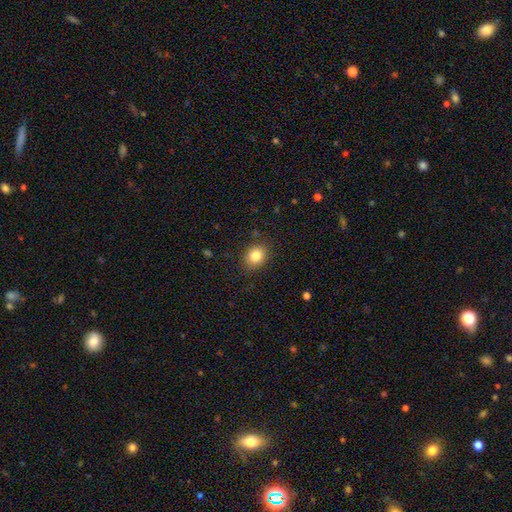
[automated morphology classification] This appears to be a smooth galaxy with no disk features (83%) that is round (54%). Merging: none (86%).